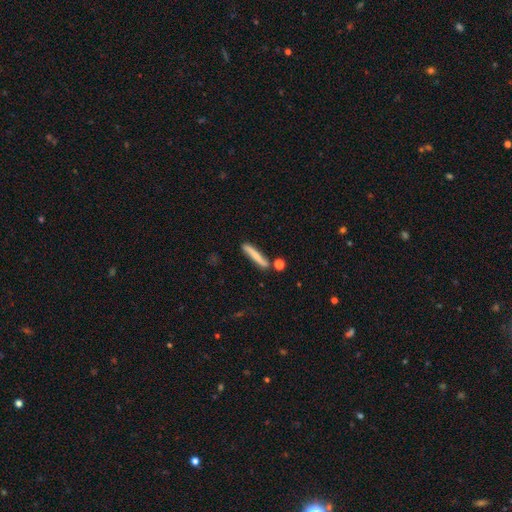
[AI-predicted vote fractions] Smooth or featured? smooth (65%)
How rounded? cigar-shaped (91%)
Merging? none (78%)